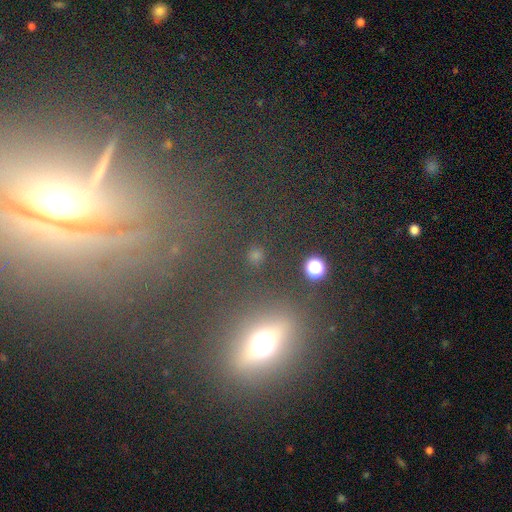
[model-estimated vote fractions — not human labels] smooth 36% (tied), star or artifact 36% (tied), featured or disk 28%. Down the decision tree: merging — none (85%).